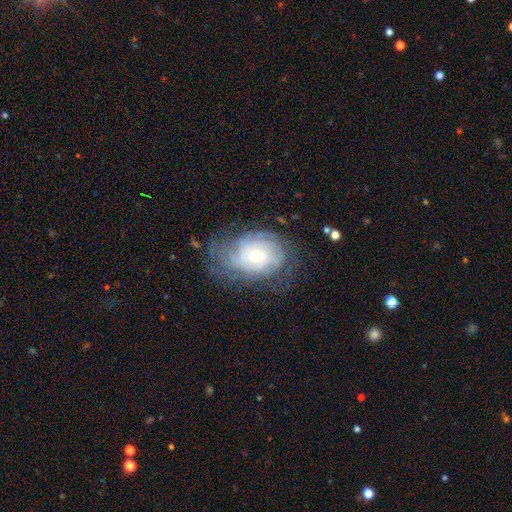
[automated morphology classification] A featured or disk galaxy (76%) with no bar (79%), tight (70%) spiral arms (89%) and a small central bulge (60%).

Vote fractions:
- Smooth or featured? featured or disk: 76% / smooth: 17% / star or artifact: 7%
- Edge-on disk? no: 96% / yes: 4%
- Bar? no: 79% / weak: 17% / strong: 4%
- Spiral arms? yes: 89% / no: 11%
- Spiral winding? tight: 70% / medium: 22% / loose: 8%
- Spiral arm count? can't tell: 52% / 4: 12% / more than 4: 11% / 2: 10% / 3: 9% / 1: 5%
- Bulge size? small: 60% / moderate: 35% / large: 3% / dominant: 1% / none: 1%
- Merging? none: 63% / minor disturbance: 21% / major disturbance: 14% / merger: 1%